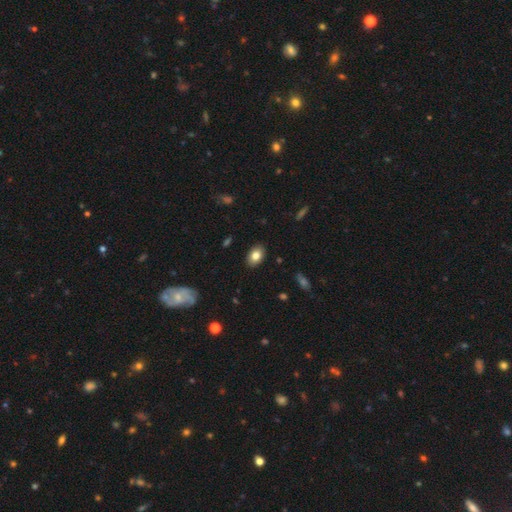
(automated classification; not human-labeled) Overall: smooth (82%). How rounded: in between (87%). Merging: none (88%).